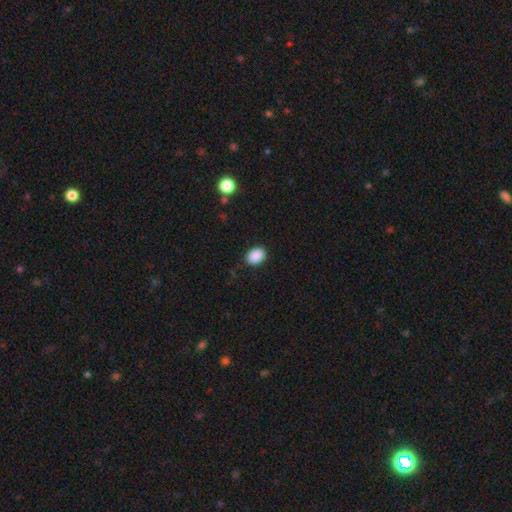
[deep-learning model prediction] A smooth galaxy with no disk features (89%) that is in between round and cigar-shaped (70%).

Vote fractions:
- Smooth or featured? smooth: 89% / star or artifact: 8% / featured or disk: 3%
- How rounded? in between: 70% / round: 29% / cigar-shaped: 1%
- Merging? none: 88% / minor disturbance: 9% / major disturbance: 2% / merger: 1%